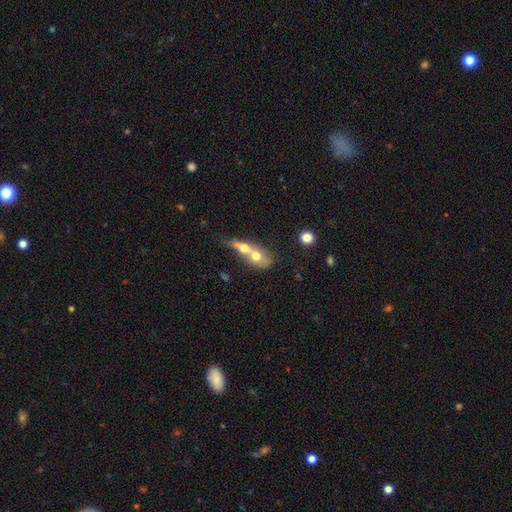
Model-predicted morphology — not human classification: smooth_or_featured: smooth (p=0.59) [alt: featured or disk p=0.33]
how_rounded: in between (p=0.51) [alt: round p=0.34]
merging: merger (p=0.78) [alt: none p=0.13]